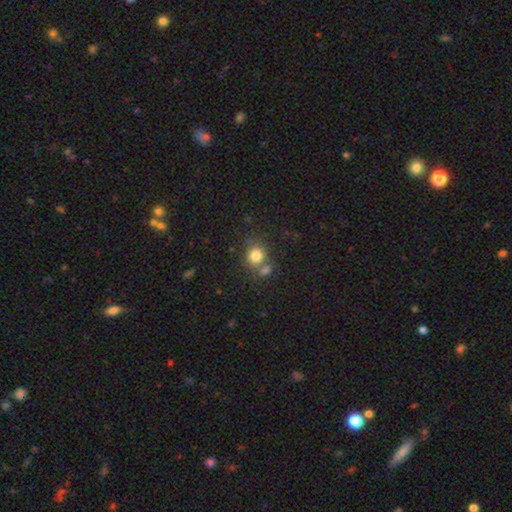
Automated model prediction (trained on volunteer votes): This appears to be a smooth galaxy with no disk features (80%) that is round (81%). Merging: none (59%).